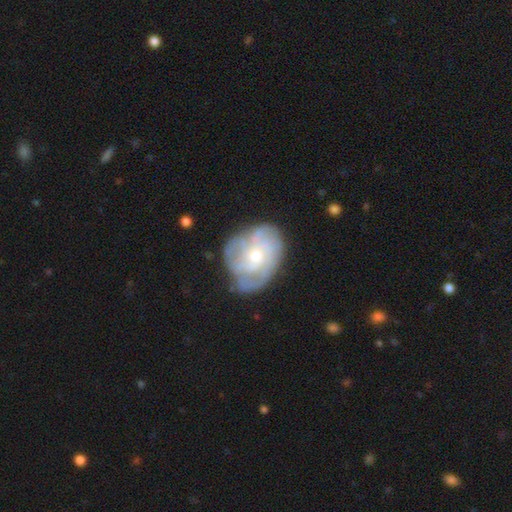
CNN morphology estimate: Q: Smooth or featured?
A: featured or disk (72%); runner-up: smooth (21%)
Q: Edge-on disk?
A: no (97%); runner-up: yes (3%)
Q: Bar?
A: no (78%); runner-up: weak (20%)
Q: Spiral arms?
A: yes (82%); runner-up: no (18%)
Q: Spiral winding?
A: tight (51%); runner-up: medium (34%)
Q: Spiral arm count?
A: can't tell (44%); runner-up: 4 (18%)
Q: Bulge size?
A: small (49%); runner-up: moderate (46%)
Q: Merging?
A: none (63%); runner-up: minor disturbance (24%)